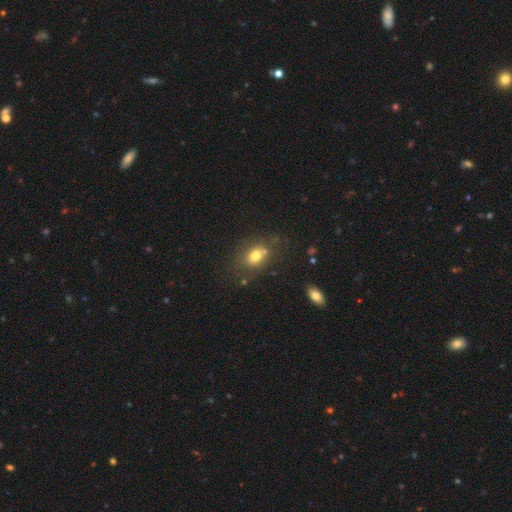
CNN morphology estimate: smooth_or_featured: smooth (p=0.73) [alt: featured or disk p=0.14]
how_rounded: in between (p=0.61) [alt: round p=0.38]
merging: none (p=0.63) [alt: minor disturbance p=0.16]